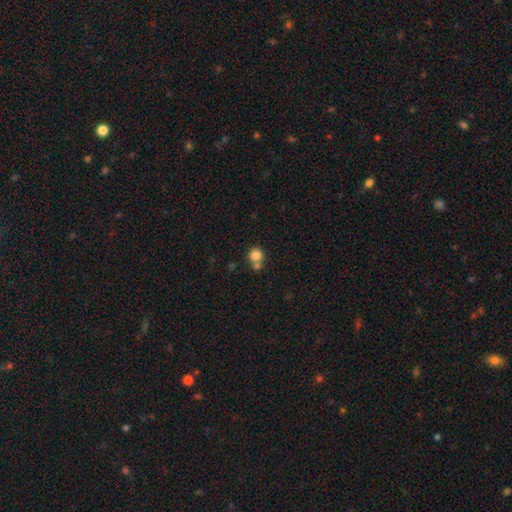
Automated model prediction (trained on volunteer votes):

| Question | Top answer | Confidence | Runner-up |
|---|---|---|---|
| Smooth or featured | smooth | 83% | star or artifact (11%) |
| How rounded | round | 90% | in between (9%) |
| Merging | none | 57% | merger (32%) |